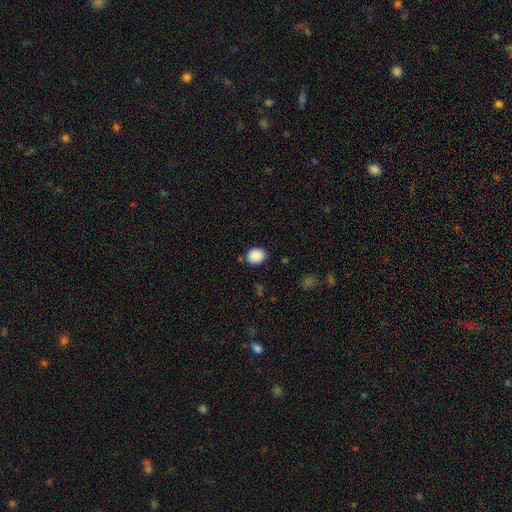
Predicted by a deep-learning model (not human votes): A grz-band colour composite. It shows a smooth galaxy with no disk features (89%) that is round (54%). Merging: none (83%).